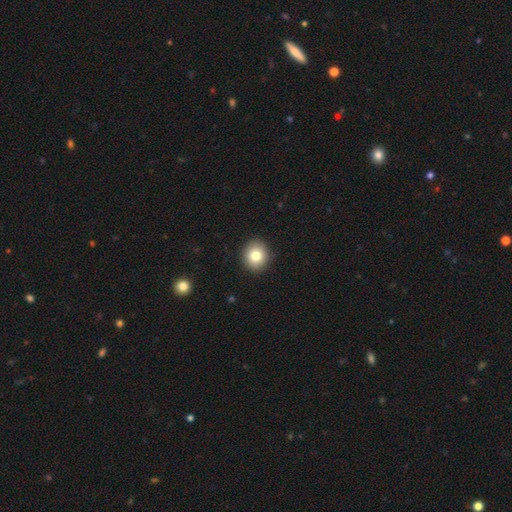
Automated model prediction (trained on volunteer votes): Smooth or featured?
  - smooth: 81% *
  - featured or disk: 10%
  - star or artifact: 10%
How rounded?
  - round: 82% *
  - in between: 17%
  - cigar-shaped: 1%
Merging?
  - none: 91% *
  - minor disturbance: 6%
  - major disturbance: 2%
  - merger: 1%